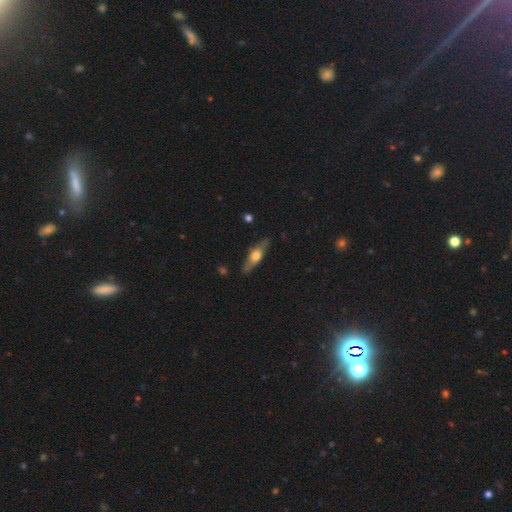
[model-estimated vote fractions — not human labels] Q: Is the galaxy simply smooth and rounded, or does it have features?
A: featured or disk — 52%.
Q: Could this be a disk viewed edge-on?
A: yes — 82%.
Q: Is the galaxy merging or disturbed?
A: none — 83%.